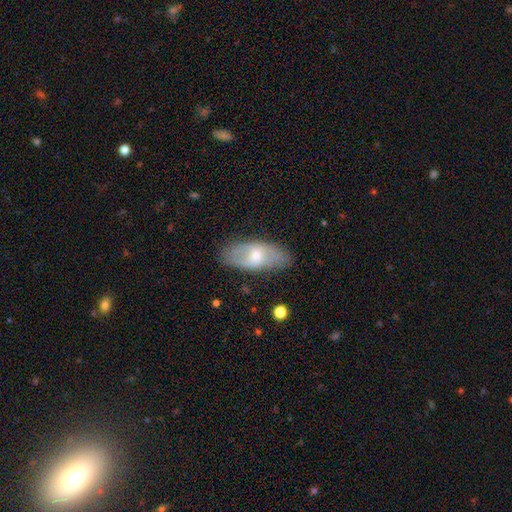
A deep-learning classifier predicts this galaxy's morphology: A smooth galaxy with no disk features (49%). Merging: none (77%).